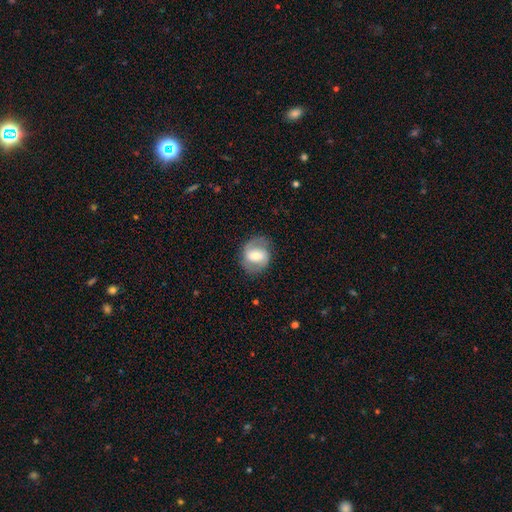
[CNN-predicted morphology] This is likely a featured or disk galaxy (61%). It is clearly not viewed edge-on (97%). Bar: marginally weak (43%). Spiral arm pattern: clearly yes (82%). Central bulge: possibly moderate (53%). Merging: likely none (78%).